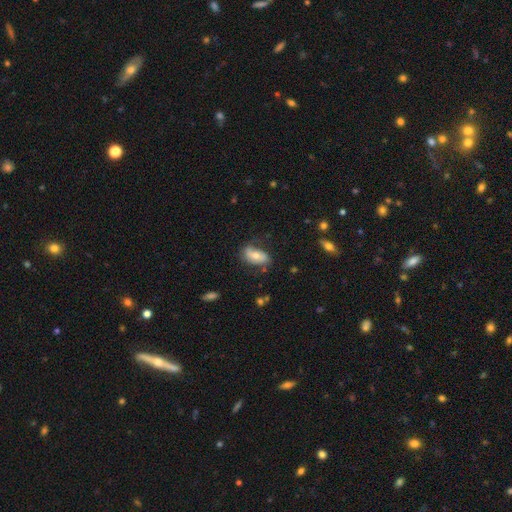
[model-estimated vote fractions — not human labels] Smooth or featured?
  - smooth: 52% *
  - featured or disk: 40%
  - star or artifact: 7%
How rounded?
  - in between: 90% *
  - round: 5%
  - cigar-shaped: 5%
Merging?
  - none: 62% *
  - minor disturbance: 25%
  - major disturbance: 11%
  - merger: 2%